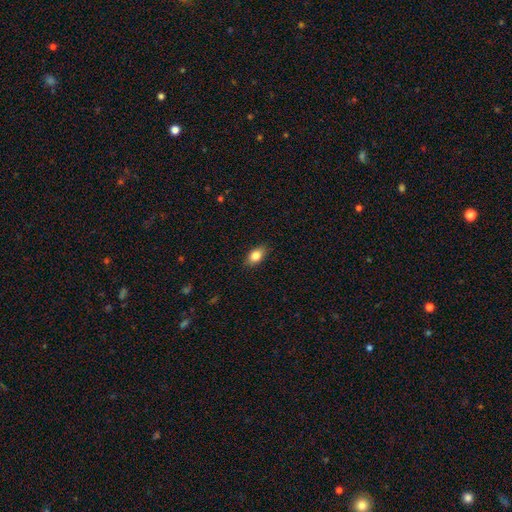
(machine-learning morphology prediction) A smooth galaxy with no disk features (83%) that is in between round and cigar-shaped (86%).

Vote fractions:
- Smooth or featured? smooth: 83% / featured or disk: 9% / star or artifact: 8%
- How rounded? in between: 86% / round: 10% / cigar-shaped: 4%
- Merging? none: 87% / minor disturbance: 10% / major disturbance: 2% / merger: 1%